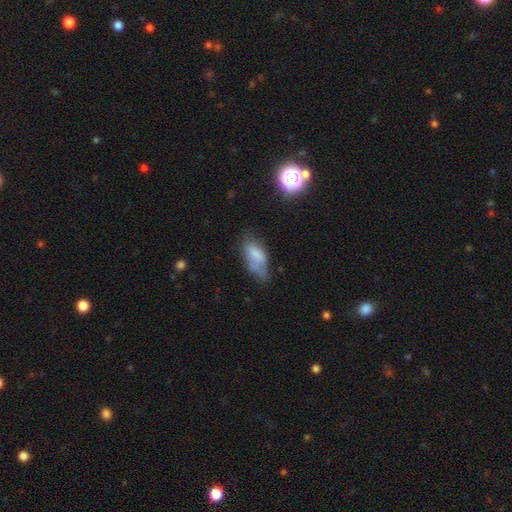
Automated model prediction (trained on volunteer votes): The model was most divided on "merging": none: 42%, minor disturbance: 36%, major disturbance: 17%, merger: 5%. More confident: how rounded — in between (86%); smooth or featured — smooth (70%).